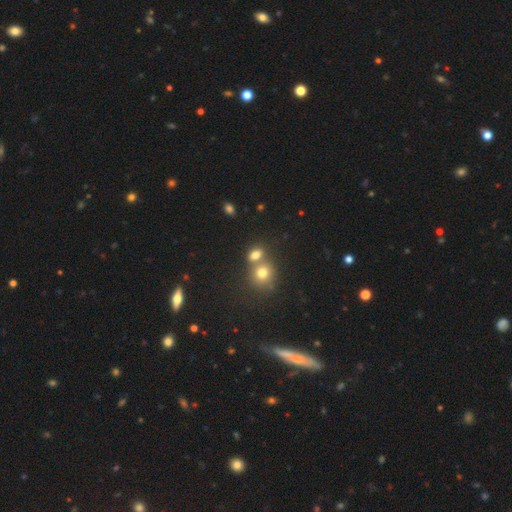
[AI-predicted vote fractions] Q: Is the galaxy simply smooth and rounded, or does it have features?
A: smooth — 69%.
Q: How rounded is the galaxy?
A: round — 59%.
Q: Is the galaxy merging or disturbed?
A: merger — 45%.